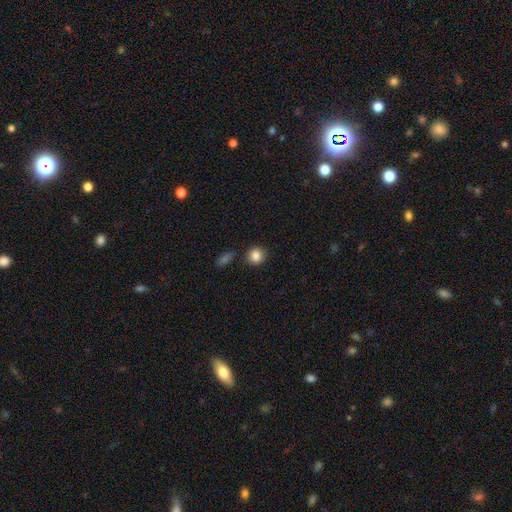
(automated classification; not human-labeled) smooth-or-featured: smooth: 86% | star or artifact: 9% | featured or disk: 5%
  how-rounded: round: 83% | in between: 16% | cigar-shaped: 1%
  merging: none: 83% | minor disturbance: 10% | merger: 4% | major disturbance: 3%